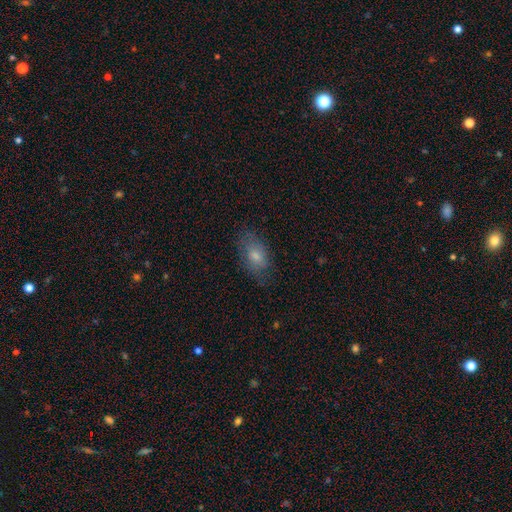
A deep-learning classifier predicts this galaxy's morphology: A smooth galaxy with no disk features (68%) that is in between round and cigar-shaped (88%). Merging: none (73%).